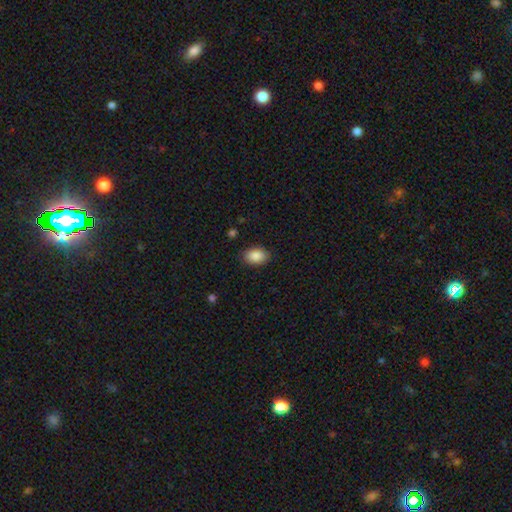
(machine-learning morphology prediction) This appears to be a smooth galaxy with no disk features (88%) that is in between round and cigar-shaped (85%). Merging: none (87%).